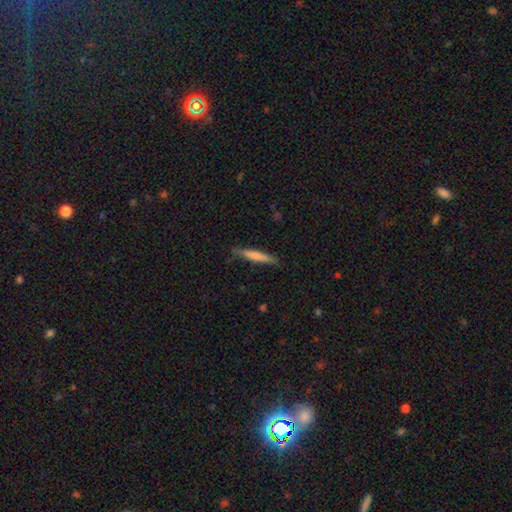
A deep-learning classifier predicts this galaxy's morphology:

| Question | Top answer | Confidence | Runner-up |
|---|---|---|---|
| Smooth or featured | smooth | 66% | featured or disk (28%) |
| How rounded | cigar-shaped | 94% | in between (5%) |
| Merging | none | 84% | minor disturbance (12%) |